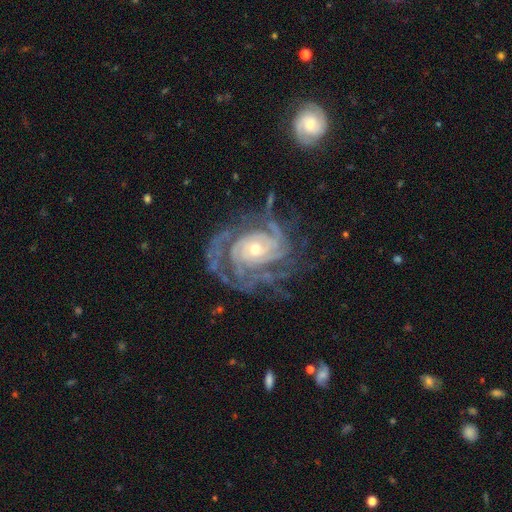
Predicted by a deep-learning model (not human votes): A featured or disk galaxy (82%) with no bar (45%), 2 (50%) tight (63%) spiral arms (93%) and a moderate central bulge (55%).

Vote fractions:
- Smooth or featured? featured or disk: 82% / star or artifact: 10% / smooth: 8%
- Edge-on disk? no: 97% / yes: 3%
- Bar? no: 45% / weak: 38% / strong: 16%
- Spiral arms? yes: 93% / no: 7%
- Spiral winding? tight: 63% / medium: 30% / loose: 7%
- Spiral arm count? 2: 50% / can't tell: 19% / 3: 13% / 1: 7% / 4: 6% / more than 4: 5%
- Bulge size? moderate: 55% / small: 35% / large: 6% / none: 2% / dominant: 2%
- Merging? none: 74% / minor disturbance: 14% / major disturbance: 9% / merger: 3%